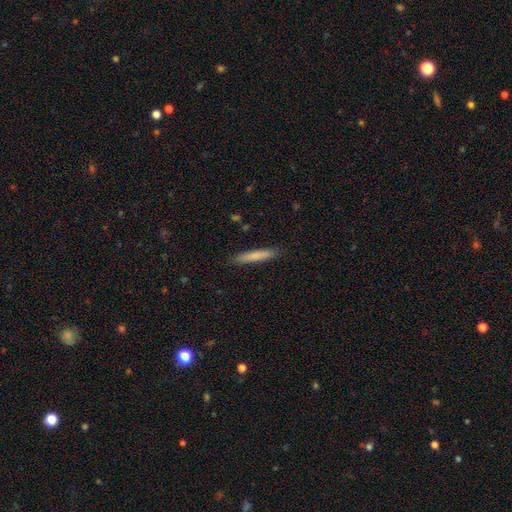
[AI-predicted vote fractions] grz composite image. It shows a smooth galaxy with no disk features (78%) that is cigar-shaped (93%). Merging: none (88%).